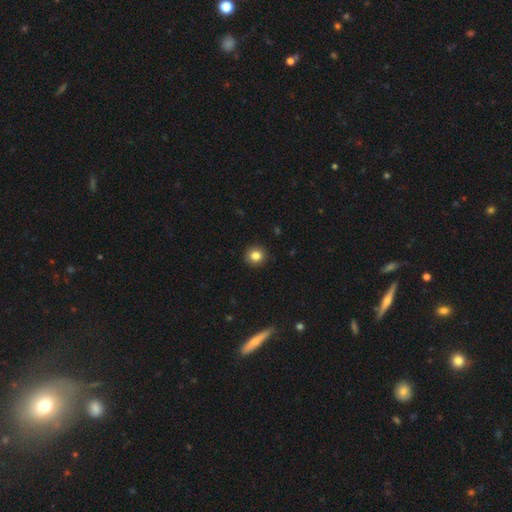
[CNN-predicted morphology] smooth 84%, star or artifact 11%, featured or disk 6%. Down the decision tree: how rounded — round (90%); merging — none (92%).